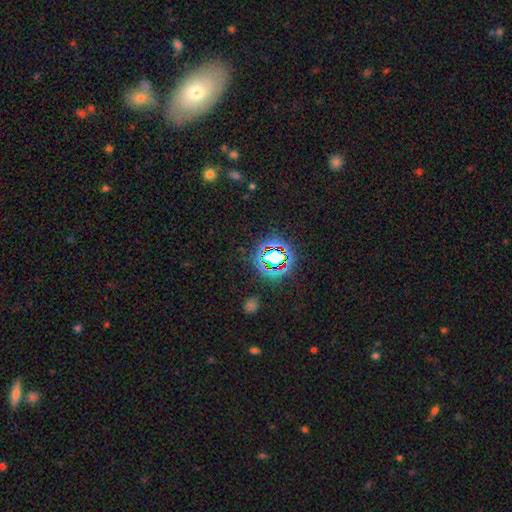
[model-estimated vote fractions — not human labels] A star or artifact, not a galaxy (68%).

Vote fractions:
- Smooth or featured? star or artifact: 68% / smooth: 19% / featured or disk: 14%